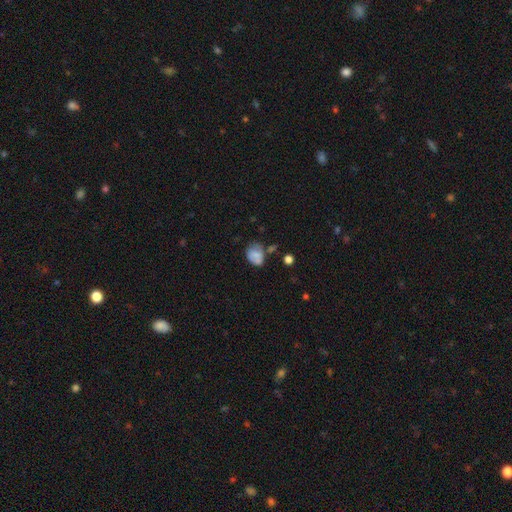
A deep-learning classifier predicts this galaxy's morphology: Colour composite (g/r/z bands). It shows a smooth galaxy with no disk features (70%) that is in between round and cigar-shaped (61%). Merging: none (43%).